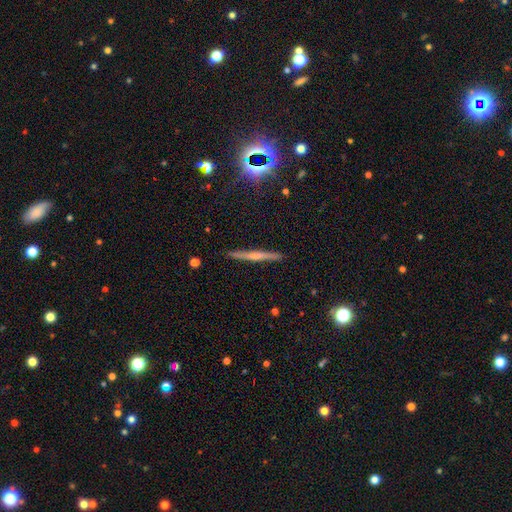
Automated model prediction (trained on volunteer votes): Smooth or featured? Predicted: featured or disk (p=0.51). Edge-on disk? Predicted: yes (p=0.97). Merging? Predicted: none (p=0.91).